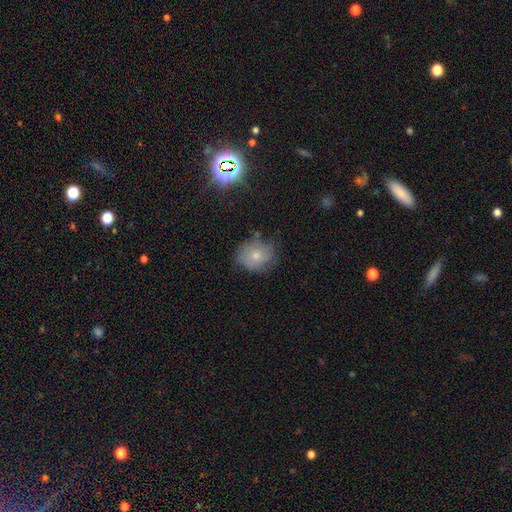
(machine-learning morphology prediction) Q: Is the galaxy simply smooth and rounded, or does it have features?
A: smooth — 63%.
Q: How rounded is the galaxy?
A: round — 73%.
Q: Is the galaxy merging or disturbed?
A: none — 63%.